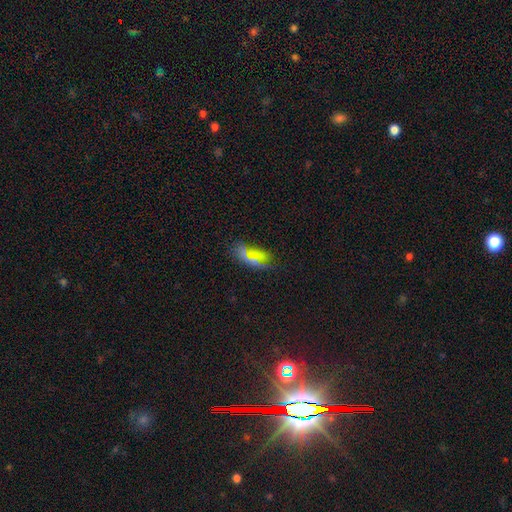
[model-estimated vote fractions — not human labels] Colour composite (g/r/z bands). It shows a smooth galaxy with no disk features (56%) that is in between round and cigar-shaped (87%). Merging: none (72%).